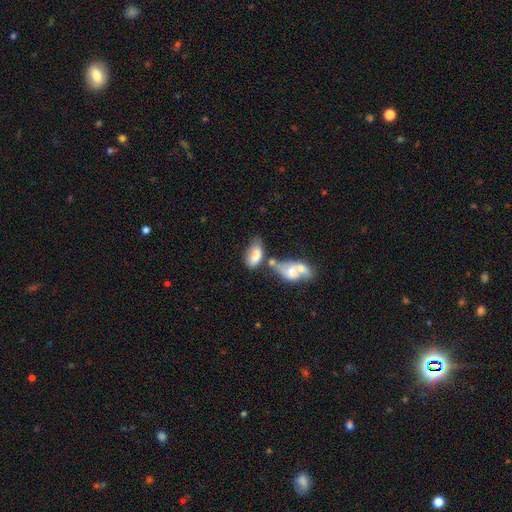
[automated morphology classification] Smooth or featured? smooth (75%)
How rounded? in between (92%)
Merging? merger (46%)